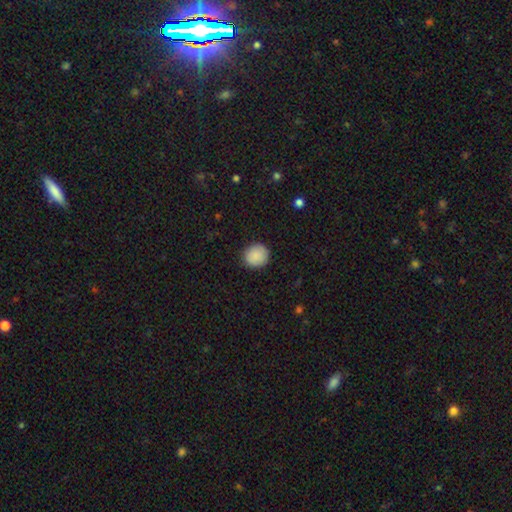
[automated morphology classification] This appears to be a smooth galaxy with no disk features (90%) that is round (87%). Merging: none (91%).